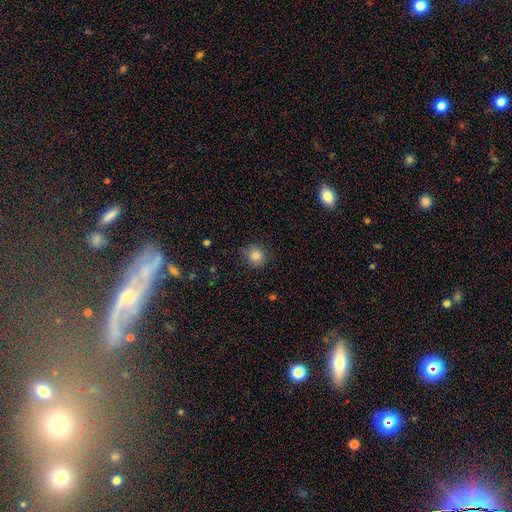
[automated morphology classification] Overall: smooth (85%). How rounded: round (81%). Merging: none (84%).